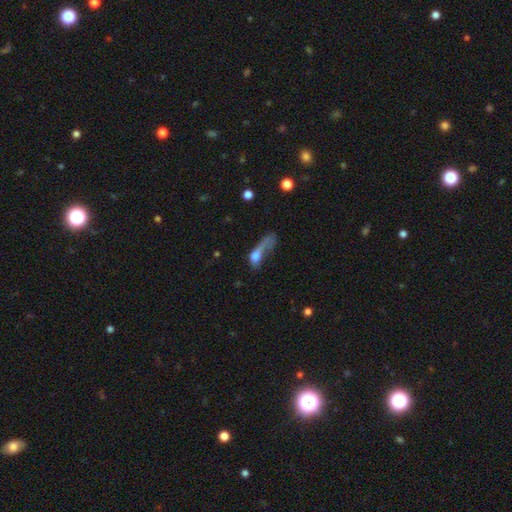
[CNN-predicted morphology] This appears to be a smooth galaxy with no disk features (58%) that is in between round and cigar-shaped (53%). Merging: major disturbance (60%).